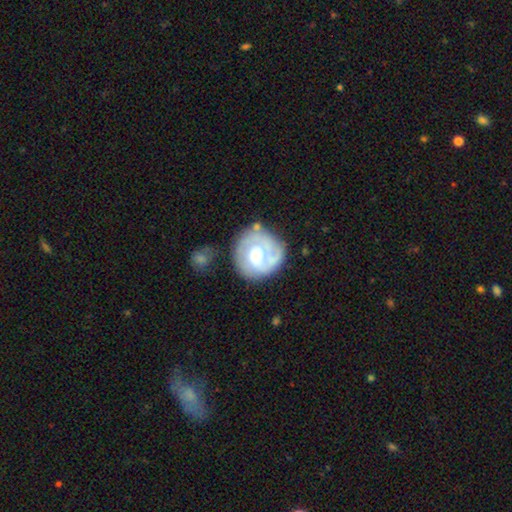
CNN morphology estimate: A featured or disk galaxy (68%) with no bar (66%), 2 (32%) tight (59%) spiral arms (83%) and a moderate central bulge (59%). Merging: none (63%).